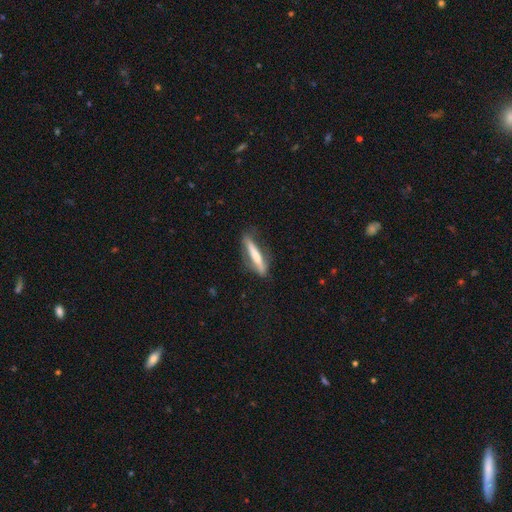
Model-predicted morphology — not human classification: This is possibly a smooth galaxy (56%). How rounded: clearly cigar-shaped (90%). Merging: likely none (71%).